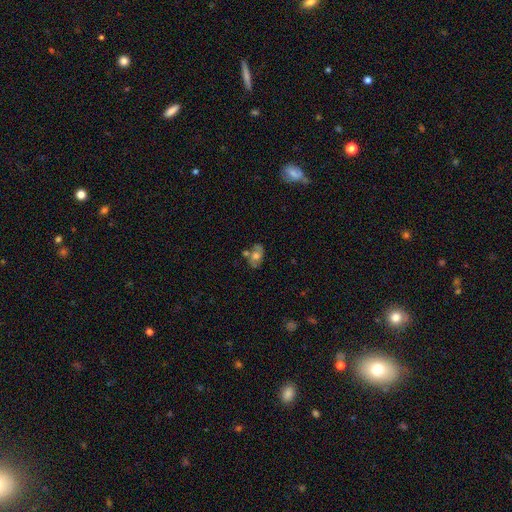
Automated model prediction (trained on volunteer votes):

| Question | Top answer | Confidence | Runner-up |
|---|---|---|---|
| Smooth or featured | smooth | 46% | featured or disk (43%) |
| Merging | none | 51% | minor disturbance (21%) |